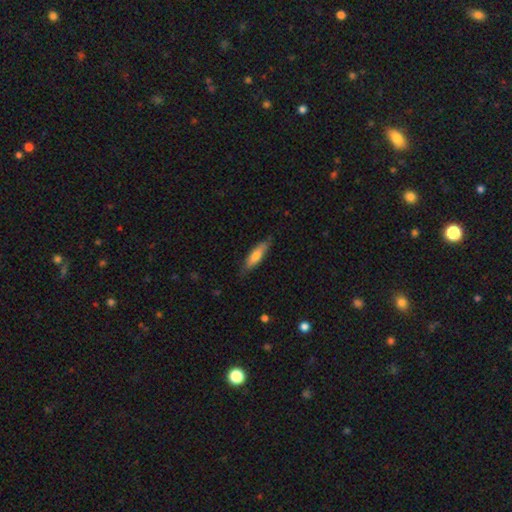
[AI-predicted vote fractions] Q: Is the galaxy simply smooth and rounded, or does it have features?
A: smooth — 71%.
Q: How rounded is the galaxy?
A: cigar-shaped — 67%.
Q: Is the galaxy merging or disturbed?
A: none — 78%.